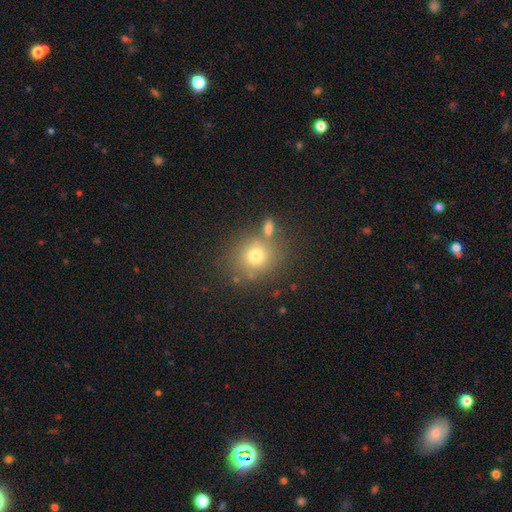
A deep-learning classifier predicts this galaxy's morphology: Smooth or featured?
  - smooth: 72% *
  - star or artifact: 15%
  - featured or disk: 13%
How rounded?
  - round: 81% *
  - in between: 18%
  - cigar-shaped: 1%
Merging?
  - none: 68% *
  - merger: 16%
  - minor disturbance: 11%
  - major disturbance: 4%